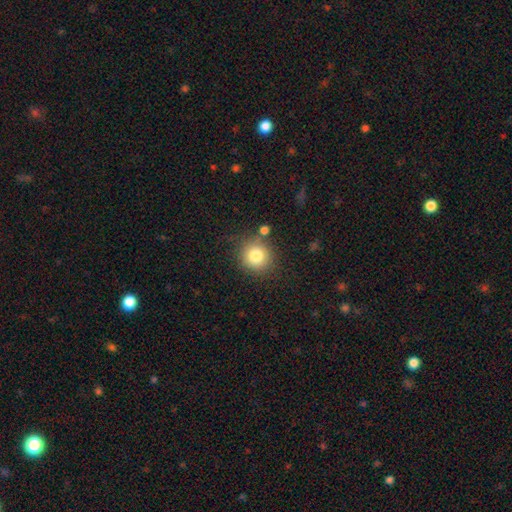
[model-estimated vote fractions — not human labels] smooth_or_featured: smooth (p=0.80) [alt: star or artifact p=0.11]
how_rounded: round (p=0.91) [alt: in between p=0.08]
merging: none (p=0.78) [alt: minor disturbance p=0.11]